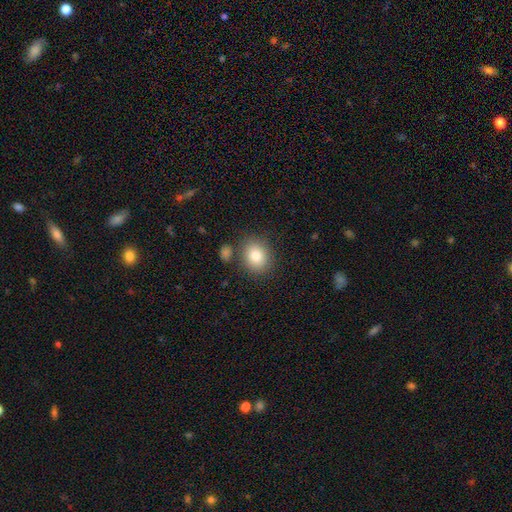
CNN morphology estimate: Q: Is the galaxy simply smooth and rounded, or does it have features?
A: smooth — 83%.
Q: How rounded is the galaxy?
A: round — 58%.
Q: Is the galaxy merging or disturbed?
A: none — 78%.